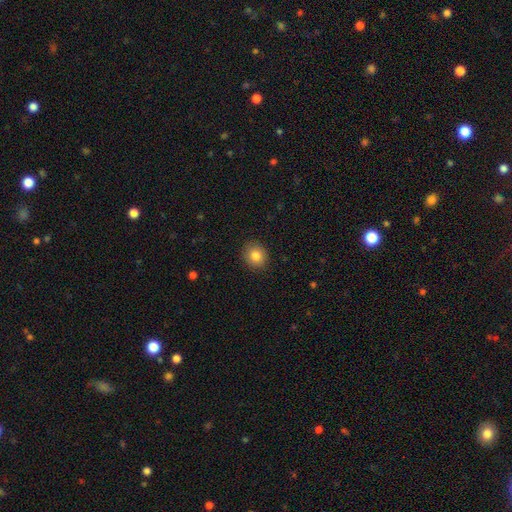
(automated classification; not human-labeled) Smooth or featured: smooth — 84% (star or artifact — 10%)
How rounded: round — 74% (in between — 25%)
Merging: none — 90% (minor disturbance — 7%)